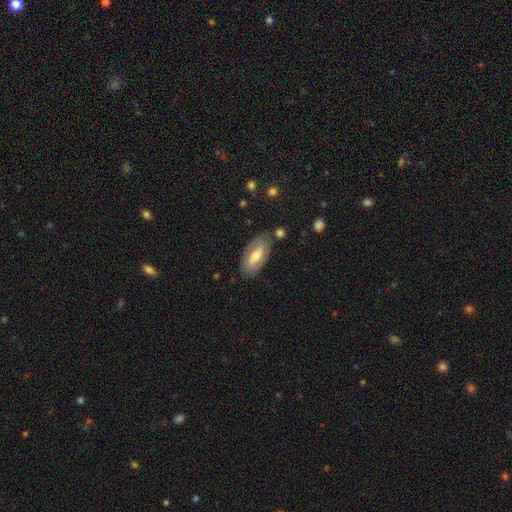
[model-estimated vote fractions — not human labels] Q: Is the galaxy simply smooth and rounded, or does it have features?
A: featured or disk — 53%.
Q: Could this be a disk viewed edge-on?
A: no — 84%.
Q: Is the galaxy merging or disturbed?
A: none — 79%.